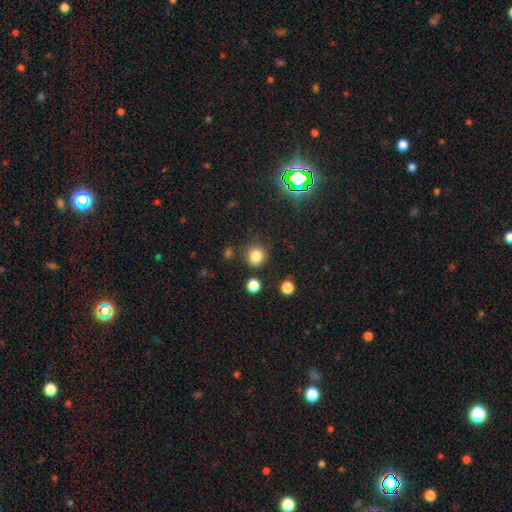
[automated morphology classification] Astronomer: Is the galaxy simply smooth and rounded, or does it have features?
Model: smooth — 81%.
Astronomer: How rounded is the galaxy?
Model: round — 87%.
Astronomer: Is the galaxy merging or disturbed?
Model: none — 81%.